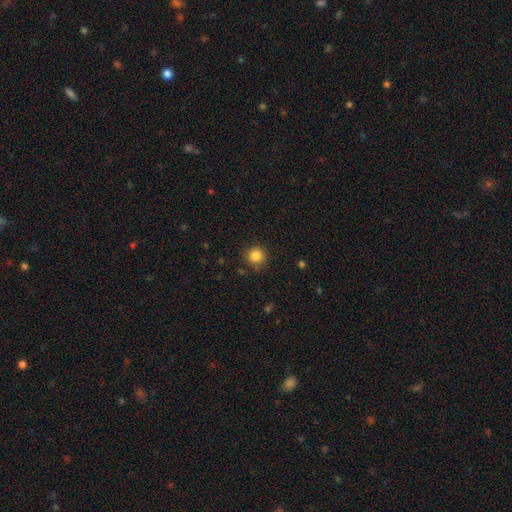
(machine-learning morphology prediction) Smooth or featured: smooth — 85% (star or artifact — 11%)
How rounded: round — 94% (in between — 5%)
Merging: none — 85% (minor disturbance — 11%)